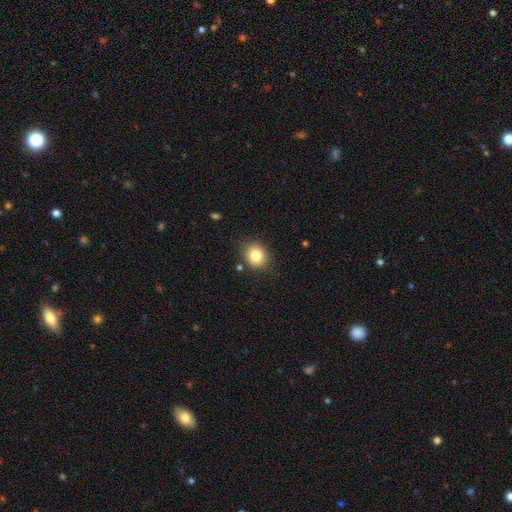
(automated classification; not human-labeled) smooth_or_featured: smooth (p=0.81) [alt: star or artifact p=0.11]
how_rounded: round (p=0.67) [alt: in between p=0.32]
merging: none (p=0.83) [alt: minor disturbance p=0.12]